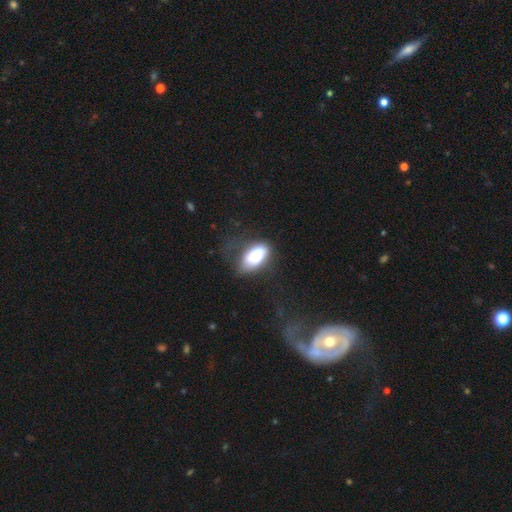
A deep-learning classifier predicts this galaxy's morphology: smooth-or-featured: smooth: 81% | featured or disk: 11% | star or artifact: 7%
  how-rounded: in between: 92% | cigar-shaped: 5% | round: 4%
  merging: none: 45% | minor disturbance: 29% | major disturbance: 22% | merger: 4%